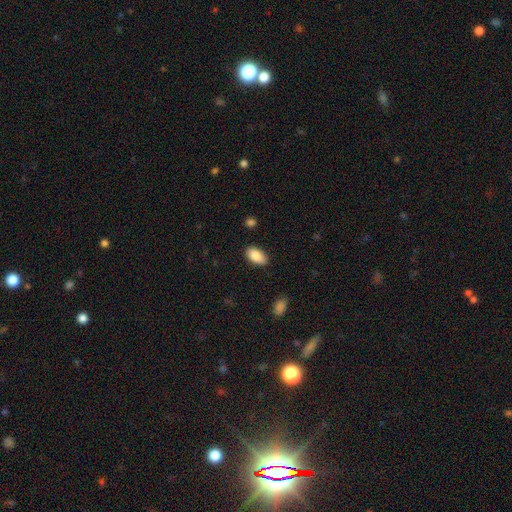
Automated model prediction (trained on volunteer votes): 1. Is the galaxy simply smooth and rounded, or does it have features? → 89% smooth, 7% star or artifact, 4% featured or disk.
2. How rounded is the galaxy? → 94% in between, 3% round, 2% cigar-shaped.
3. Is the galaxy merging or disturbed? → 86% none, 10% minor disturbance, 2% major disturbance, 1% merger.